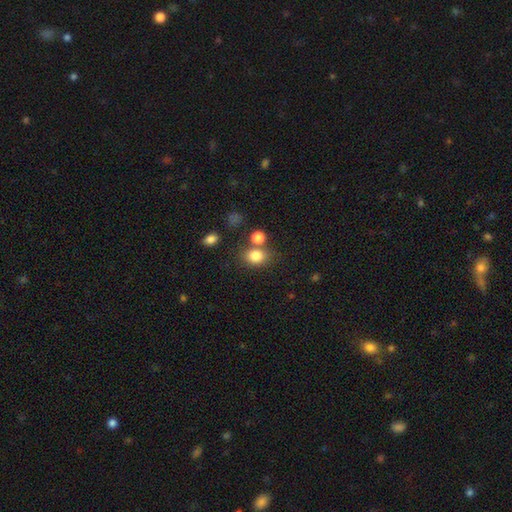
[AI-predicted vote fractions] Smooth or featured: smooth — 82% (star or artifact — 12%)
How rounded: round — 54% (in between — 45%)
Merging: none — 62% (merger — 21%)